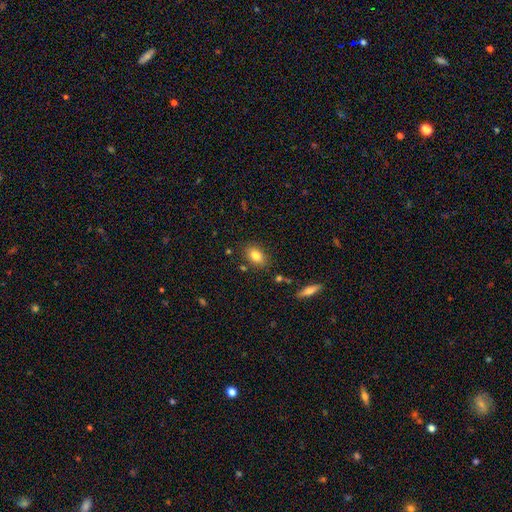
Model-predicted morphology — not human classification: smooth_or_featured: smooth (p=0.81) [alt: featured or disk p=0.10]
how_rounded: in between (p=0.83) [alt: round p=0.14]
merging: none (p=0.82) [alt: minor disturbance p=0.12]